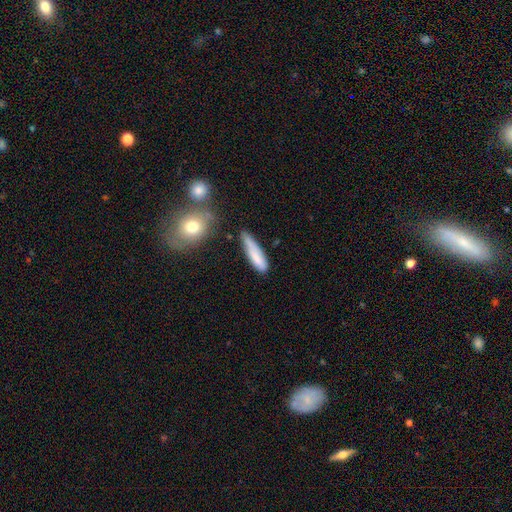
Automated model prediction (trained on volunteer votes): Q: Smooth or featured?
A: smooth (77%); runner-up: featured or disk (16%)
Q: How rounded?
A: cigar-shaped (72%); runner-up: in between (25%)
Q: Merging?
A: none (50%); runner-up: minor disturbance (33%)